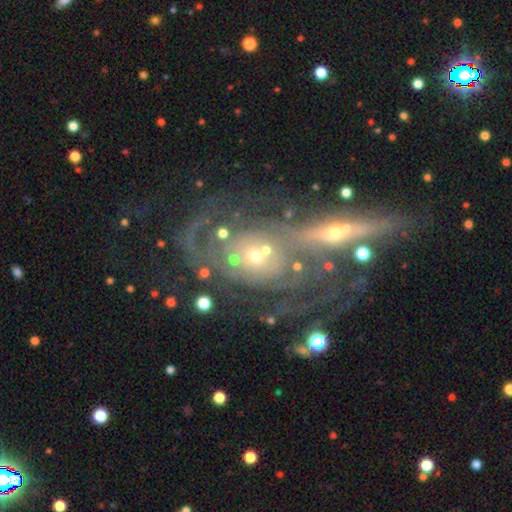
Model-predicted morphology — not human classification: Smooth or featured? Predicted: featured or disk (p=0.72). Edge-on disk? Predicted: no (p=0.92). Bar? Predicted: no (p=0.81). Spiral arms? Predicted: yes (p=0.66). Bulge size? Predicted: small (p=0.58). Merging? Predicted: merger (p=0.43).